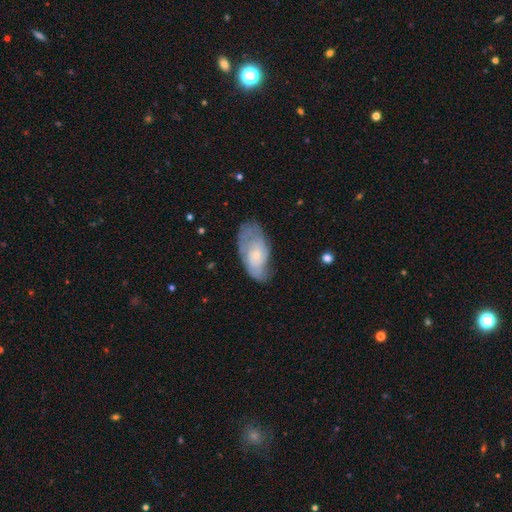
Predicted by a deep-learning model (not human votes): smooth_or_featured: featured or disk (p=0.56) [alt: smooth p=0.37]
disk_edge_on: no (p=0.93) [alt: yes p=0.07]
bar: no (p=0.77) [alt: weak p=0.20]
has_spiral_arms: yes (p=0.74) [alt: no p=0.26]
bulge_size: small (p=0.65) [alt: moderate p=0.26]
merging: none (p=0.53) [alt: minor disturbance p=0.31]